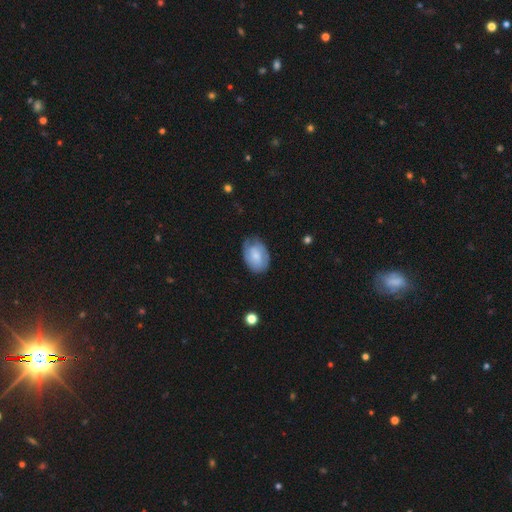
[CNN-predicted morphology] A smooth galaxy with no disk features (56%) that is in between round and cigar-shaped (82%).

Vote fractions:
- Smooth or featured? smooth: 56% / featured or disk: 37% / star or artifact: 7%
- How rounded? in between: 82% / round: 17% / cigar-shaped: 1%
- Merging? none: 63% / minor disturbance: 27% / major disturbance: 8% / merger: 1%